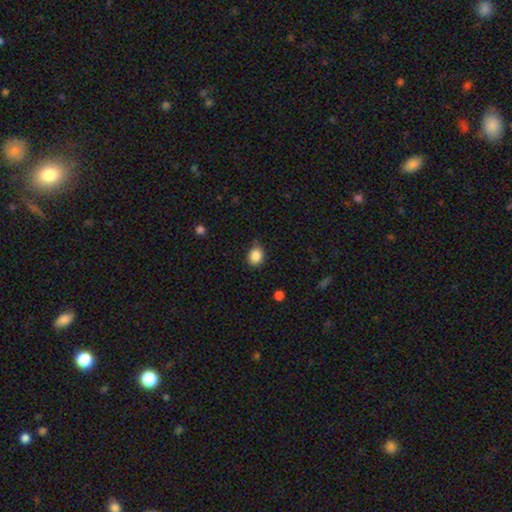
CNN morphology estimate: type=smooth (87%); roundness=round (63%); merging=none (76%).